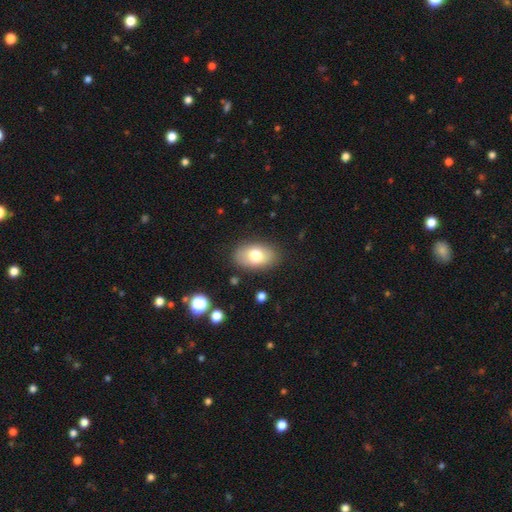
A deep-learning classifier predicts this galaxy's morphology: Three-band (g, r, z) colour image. It shows a smooth galaxy with no disk features (74%) that is in between round and cigar-shaped (89%). Merging: none (84%).